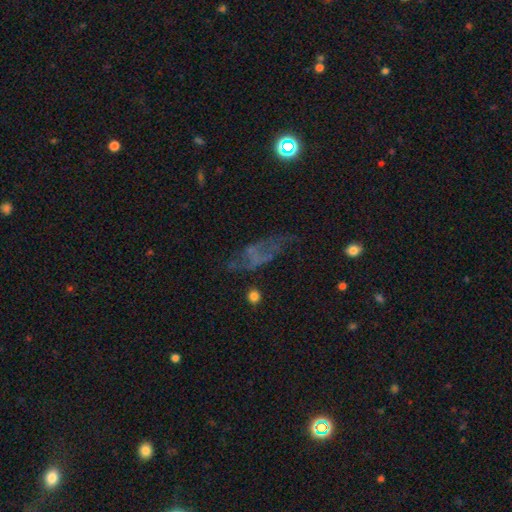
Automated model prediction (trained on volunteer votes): Smooth or featured? featured or disk (47%)
Merging? none (42%)